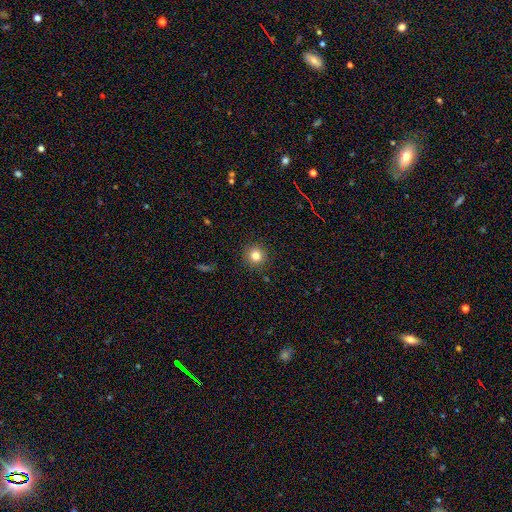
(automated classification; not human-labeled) Smooth or featured? Predicted: smooth (p=0.80). How rounded? Predicted: round (p=0.95). Merging? Predicted: none (p=0.91).